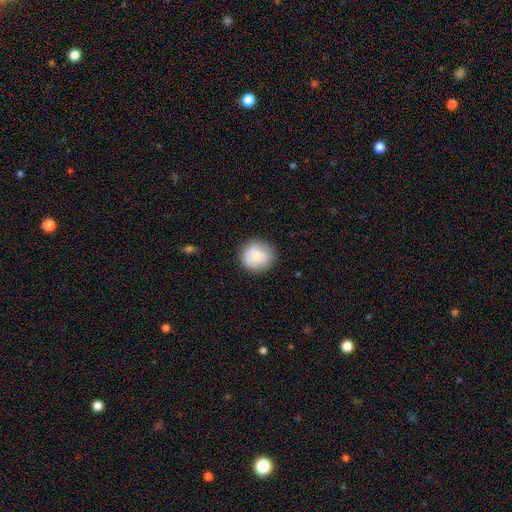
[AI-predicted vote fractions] Overall: smooth (76%). How rounded: round (89%). Merging: none (82%).